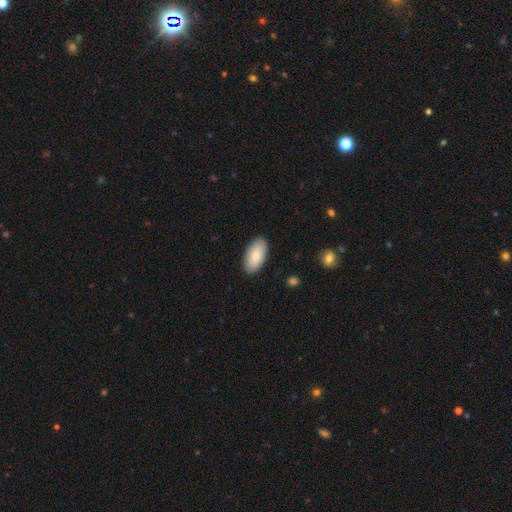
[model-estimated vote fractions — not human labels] smooth_or_featured: smooth (p=0.85) [alt: featured or disk p=0.09]
how_rounded: in between (p=0.95) [alt: cigar-shaped p=0.03]
merging: none (p=0.88) [alt: minor disturbance p=0.09]